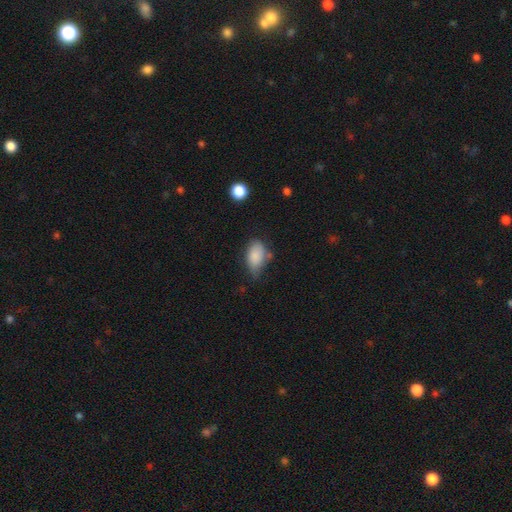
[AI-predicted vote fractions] A smooth galaxy with no disk features (84%) that is in between round and cigar-shaped (91%).

Vote fractions:
- Smooth or featured? smooth: 84% / featured or disk: 9% / star or artifact: 8%
- How rounded? in between: 91% / round: 7% / cigar-shaped: 2%
- Merging? none: 45% / minor disturbance: 39% / major disturbance: 10% / merger: 6%